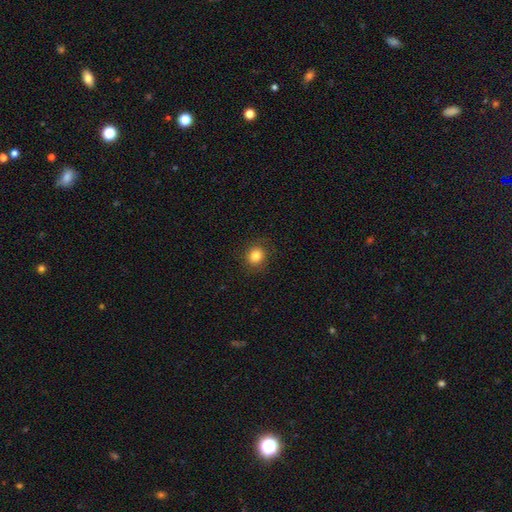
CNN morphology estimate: This is clearly a smooth galaxy (83%). How rounded: clearly round (84%). Merging: clearly none (88%).